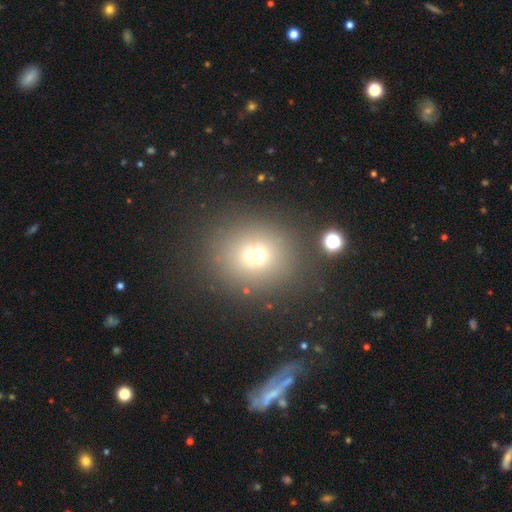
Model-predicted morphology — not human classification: type=smooth (67%); roundness=round (81%); merging=none (80%).